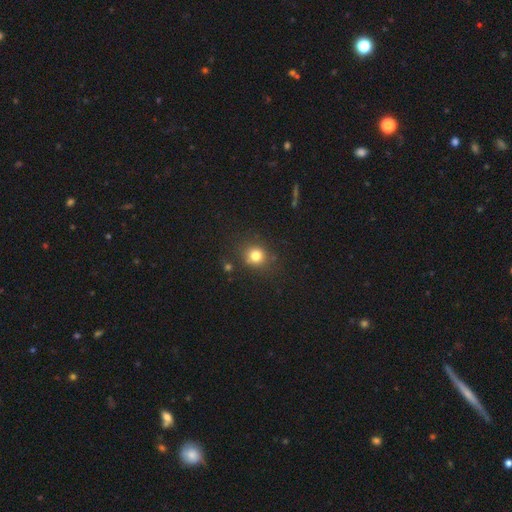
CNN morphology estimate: This appears to be a smooth galaxy with no disk features (79%) that is round (84%). Merging: none (82%).